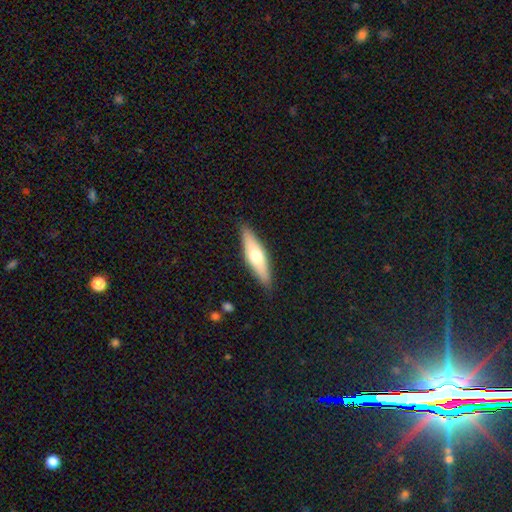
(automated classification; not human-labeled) smooth 53%, featured or disk 41%, star or artifact 5%. Down the decision tree: how rounded — cigar-shaped (61%); merging — none (87%).